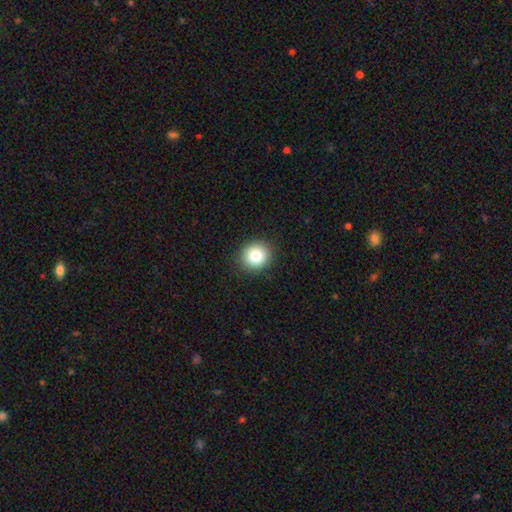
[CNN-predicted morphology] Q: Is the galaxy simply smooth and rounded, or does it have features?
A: smooth — 82%.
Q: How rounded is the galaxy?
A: round — 87%.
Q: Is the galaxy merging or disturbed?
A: none — 91%.